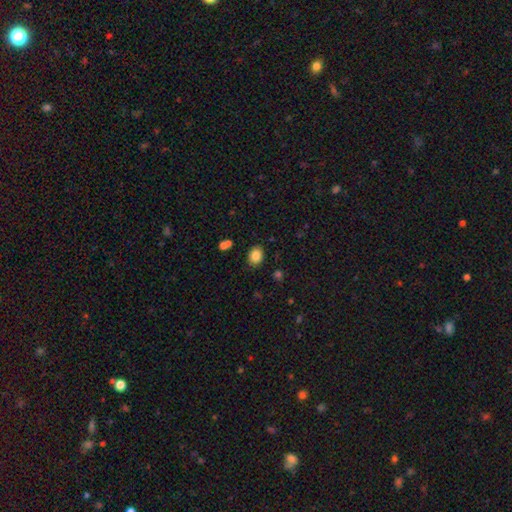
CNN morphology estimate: Smooth or featured: smooth — 83% (star or artifact — 10%)
How rounded: in between — 58% (round — 41%)
Merging: none — 85% (minor disturbance — 9%)